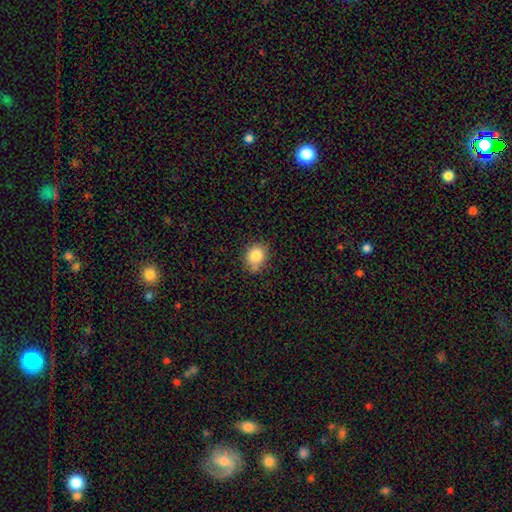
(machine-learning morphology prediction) Overall: smooth (83%). How rounded: round (59%; in between 40%). Merging: none (73%).